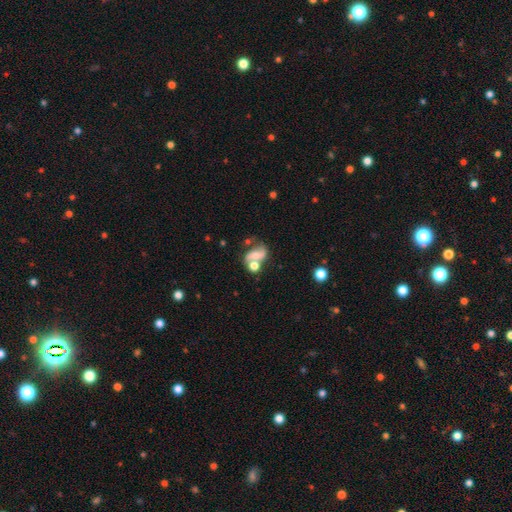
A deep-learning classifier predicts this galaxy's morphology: This appears to be a featured or disk galaxy (62%) with no bar (56%), spiral arms (79%) and a moderate central bulge (49%). Merging: merger (40%).